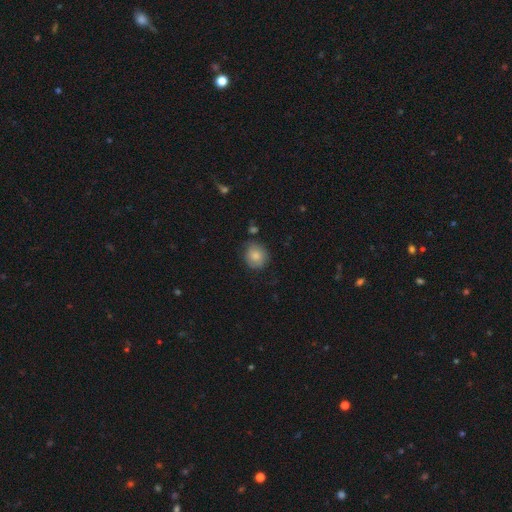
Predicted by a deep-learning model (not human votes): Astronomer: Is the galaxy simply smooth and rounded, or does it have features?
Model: smooth — 81%.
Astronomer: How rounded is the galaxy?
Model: round — 77%.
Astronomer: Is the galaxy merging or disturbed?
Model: none — 74%.